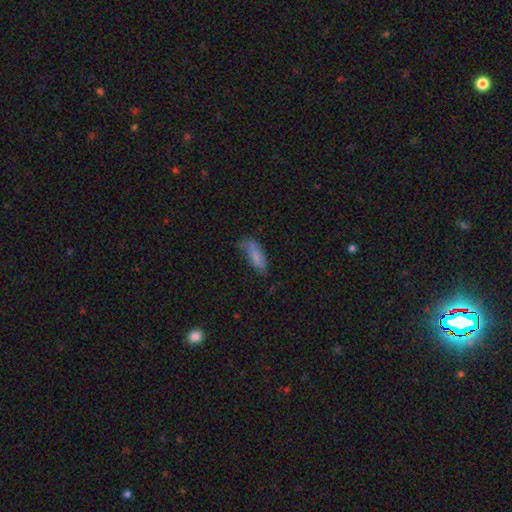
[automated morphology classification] smooth 79%, featured or disk 14%, star or artifact 7%. Down the decision tree: how rounded — in between (60%); merging — none (58%).